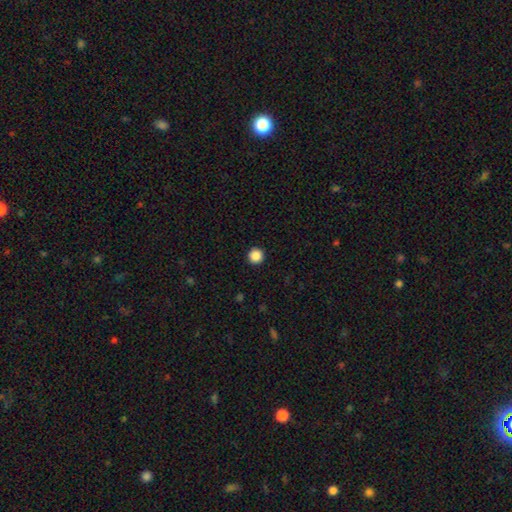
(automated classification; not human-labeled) Overall: smooth (88%). How rounded: round (96%). Merging: none (94%).